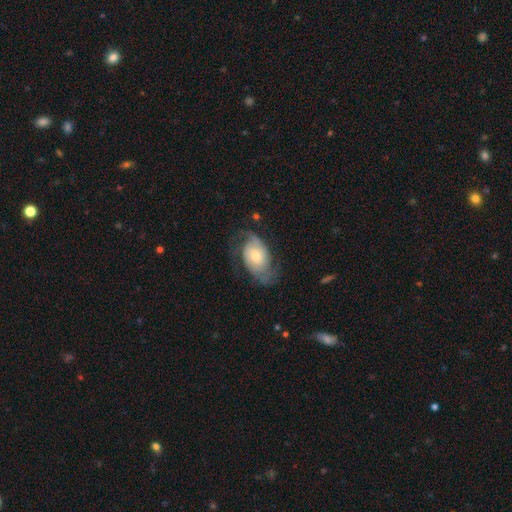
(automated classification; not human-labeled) Morphology: type=featured or disk (69%); edge-on=no (95%); bar=no (71%); spiral arms=yes (89%); winding=medium (42%); arm count=2 (74%); bulge=moderate (44%); merging=none (58%).